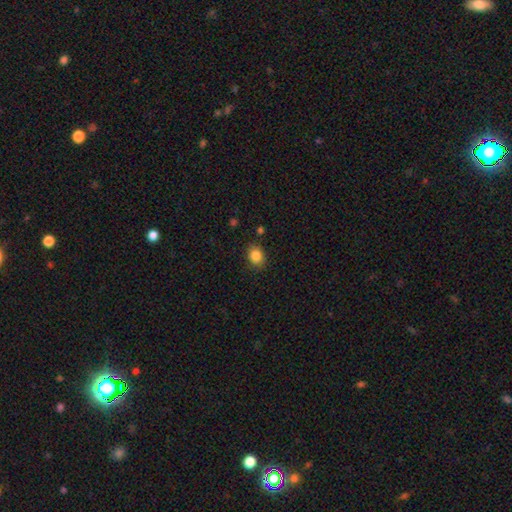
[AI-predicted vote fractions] Smooth or featured? smooth (85%)
How rounded? round (51%)
Merging? none (83%)